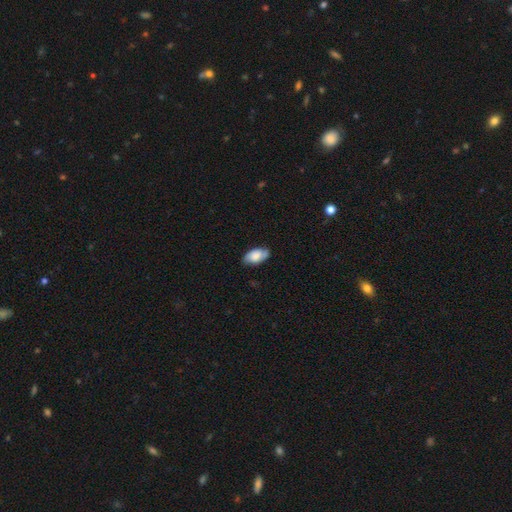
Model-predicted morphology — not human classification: The model was most divided on "smooth or featured": smooth: 70%, featured or disk: 23%, star or artifact: 7%. More confident: how rounded — in between (94%); merging — none (76%).